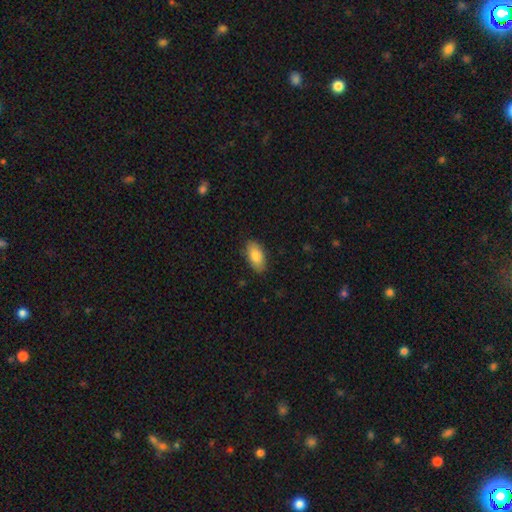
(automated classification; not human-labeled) smooth-or-featured: smooth: 82% | featured or disk: 11% | star or artifact: 7%
  how-rounded: in between: 93% | cigar-shaped: 4% | round: 3%
  merging: none: 85% | minor disturbance: 12% | major disturbance: 2% | merger: 1%